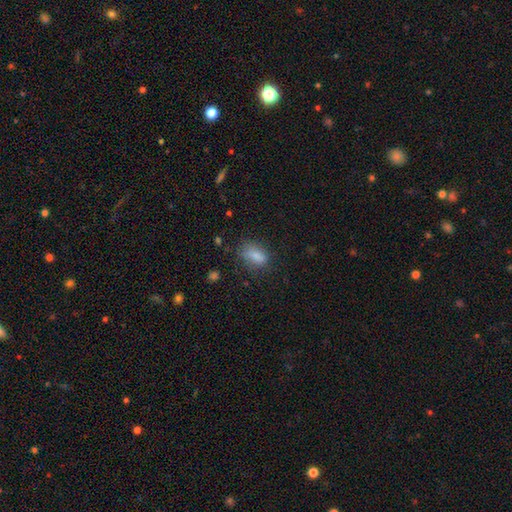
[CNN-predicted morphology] This is clearly a smooth galaxy (81%). How rounded: clearly in between (83%). Merging: likely none (65%).